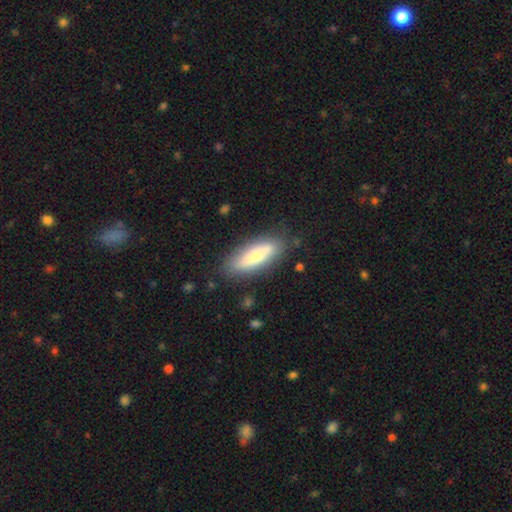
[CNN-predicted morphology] Smooth or featured? Predicted: smooth (p=0.69). How rounded? Predicted: cigar-shaped (p=0.50). Merging? Predicted: none (p=0.81).